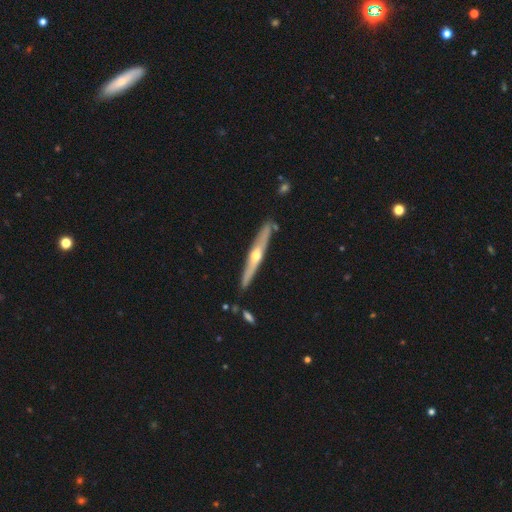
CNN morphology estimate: featured or disk 69%, smooth 26%, star or artifact 5%. Down the decision tree: edge-on disk — yes (95%); edge-on bulge — rounded (89%); merging — none (86%).